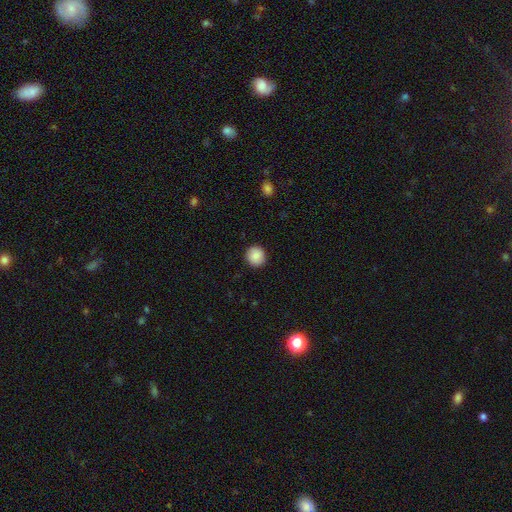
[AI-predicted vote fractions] Smooth or featured: smooth — 87% (star or artifact — 8%)
How rounded: round — 91% (in between — 8%)
Merging: none — 92% (minor disturbance — 6%)